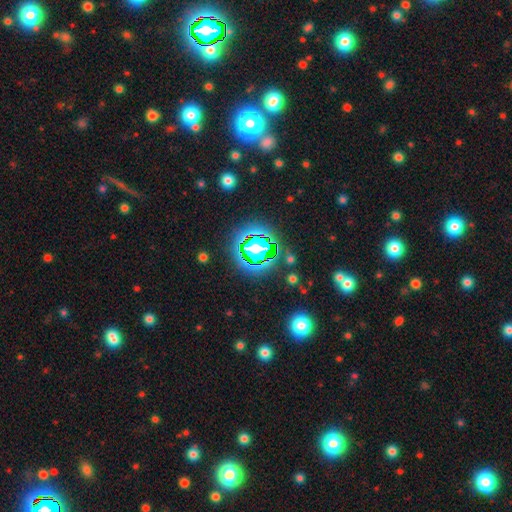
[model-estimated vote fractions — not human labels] This is likely a star or artifact rather than a galaxy (75%).